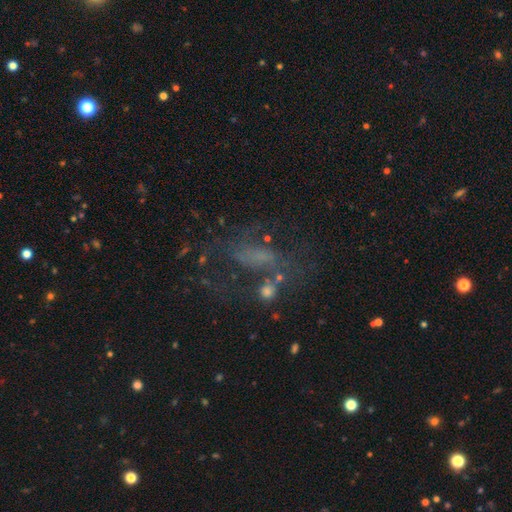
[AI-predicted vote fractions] Smooth or featured: featured or disk — 49% (smooth — 29%)
Merging: none — 42% (major disturbance — 31%)